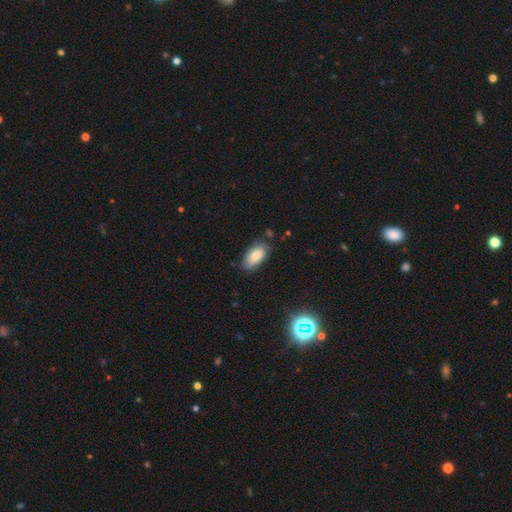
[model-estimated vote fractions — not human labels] Smooth or featured: smooth — 82% (featured or disk — 11%)
How rounded: in between — 94% (cigar-shaped — 3%)
Merging: none — 73% (minor disturbance — 21%)